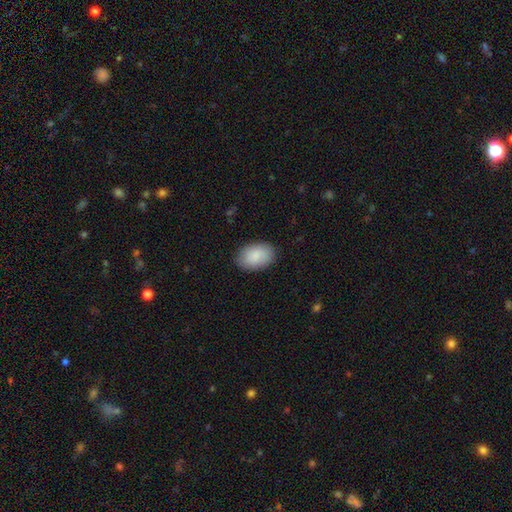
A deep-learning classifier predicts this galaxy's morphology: Overall: smooth (87%). How rounded: in between (89%). Merging: none (86%).